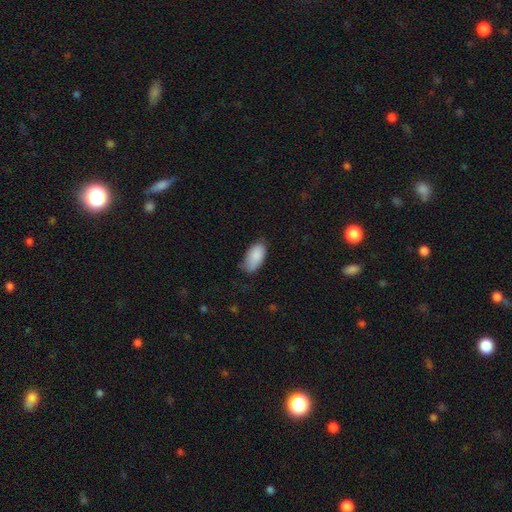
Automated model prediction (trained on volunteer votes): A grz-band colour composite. It shows a smooth galaxy with no disk features (88%) that is in between round and cigar-shaped (94%). Merging: none (64%).